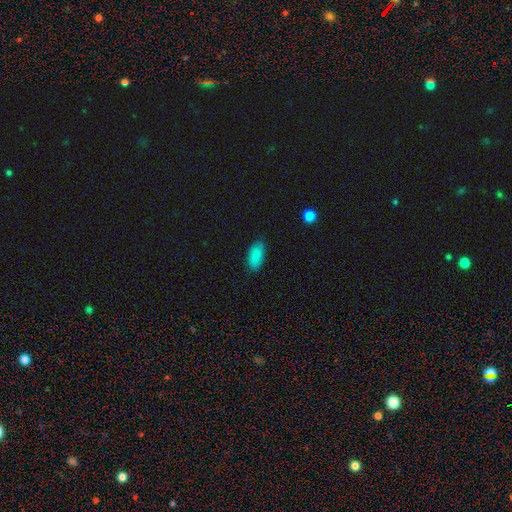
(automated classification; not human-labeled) This appears to be a smooth galaxy with no disk features (88%) that is in between round and cigar-shaped (91%). Merging: none (83%).